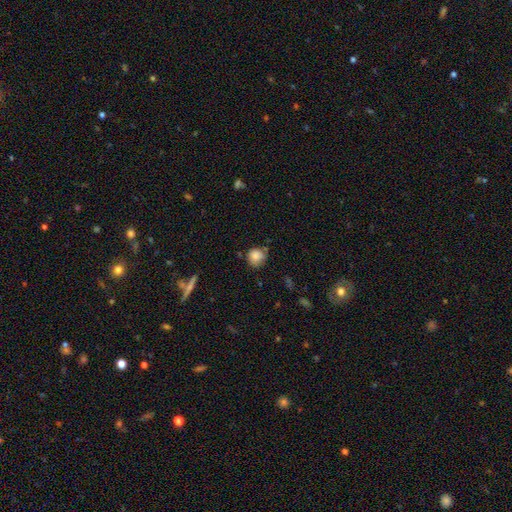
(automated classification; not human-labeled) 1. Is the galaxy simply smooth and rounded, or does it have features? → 83% smooth, 9% star or artifact, 8% featured or disk.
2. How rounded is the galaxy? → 87% round, 12% in between, 1% cigar-shaped.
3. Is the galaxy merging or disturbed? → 69% none, 22% minor disturbance, 4% major disturbance, 4% merger.